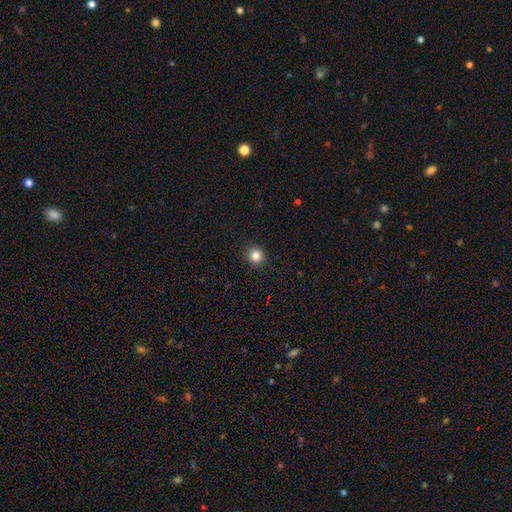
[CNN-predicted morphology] The model was most divided on "smooth or featured": smooth: 84%, star or artifact: 12%, featured or disk: 4%. More confident: merging — none (92%); how rounded — round (92%).